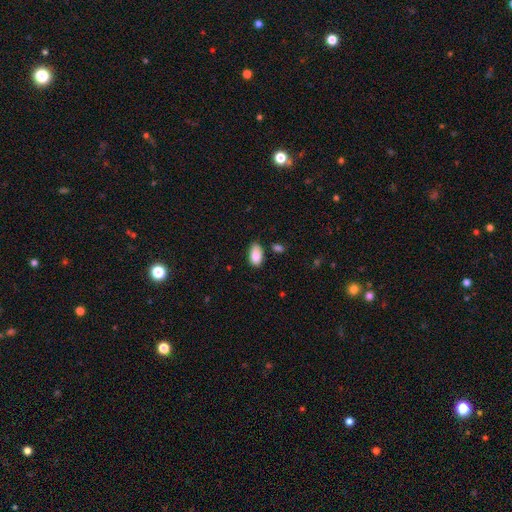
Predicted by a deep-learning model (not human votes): Smooth or featured: smooth — 88% (star or artifact — 7%)
How rounded: in between — 94% (round — 4%)
Merging: none — 71% (minor disturbance — 21%)